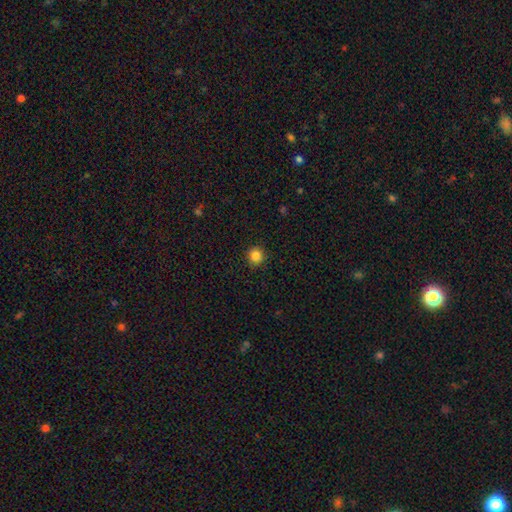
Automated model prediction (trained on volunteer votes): smooth-or-featured: smooth: 85% | star or artifact: 11% | featured or disk: 4%
  how-rounded: round: 91% | in between: 8% | cigar-shaped: 1%
  merging: none: 91% | minor disturbance: 6% | major disturbance: 2% | merger: 1%